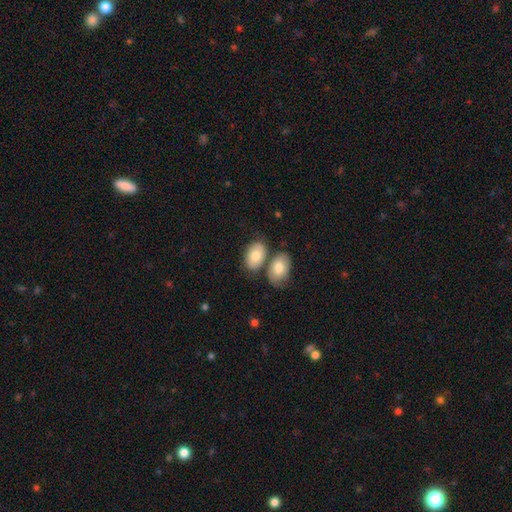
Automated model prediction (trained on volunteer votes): Q: Smooth or featured?
A: smooth (77%); runner-up: featured or disk (17%)
Q: How rounded?
A: in between (90%); runner-up: round (9%)
Q: Merging?
A: none (53%); runner-up: merger (30%)